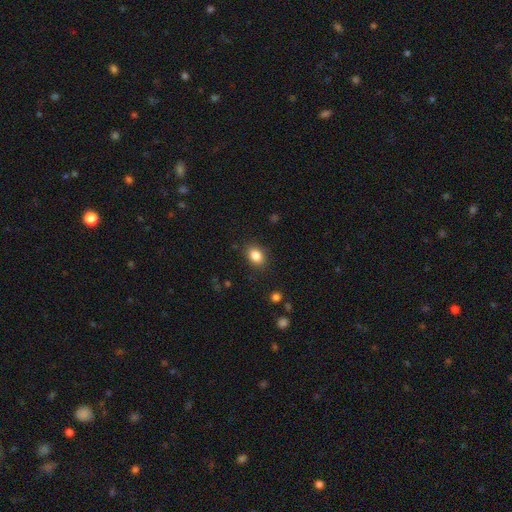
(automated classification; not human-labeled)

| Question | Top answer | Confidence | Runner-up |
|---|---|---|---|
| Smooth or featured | smooth | 85% | star or artifact (10%) |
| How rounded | in between | 68% | round (31%) |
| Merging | none | 86% | minor disturbance (10%) |